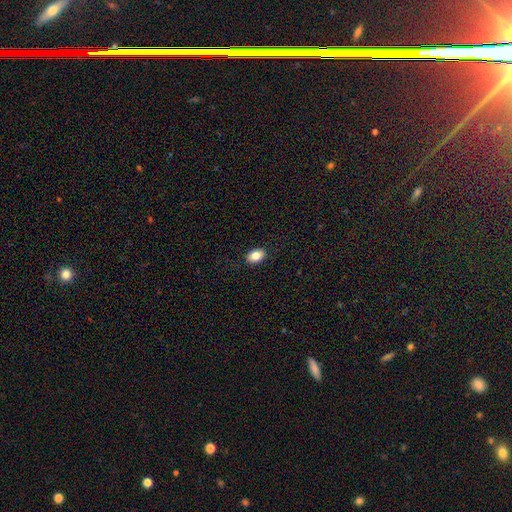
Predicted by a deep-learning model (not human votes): Morphology: type=smooth (84%); roundness=in between (85%); merging=none (89%).